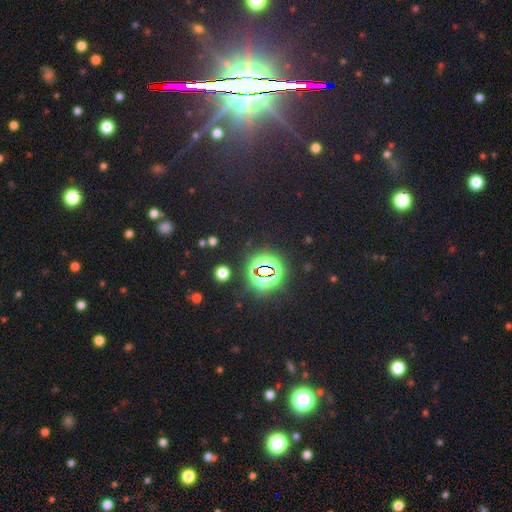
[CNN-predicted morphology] A star or artifact, not a galaxy (81%).